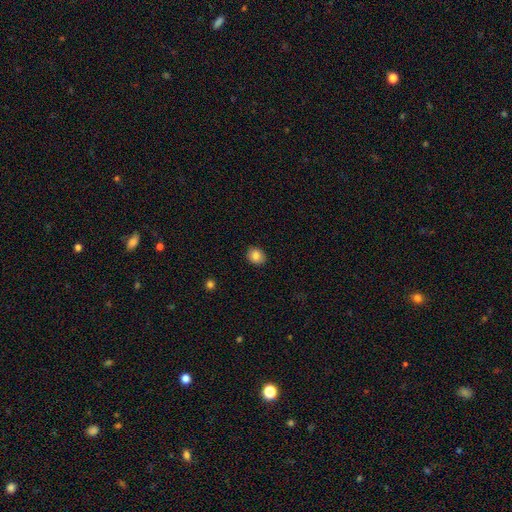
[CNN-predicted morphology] smooth-or-featured: smooth: 84% | star or artifact: 9% | featured or disk: 7%
  how-rounded: round: 65% | in between: 34% | cigar-shaped: 1%
  merging: none: 88% | minor disturbance: 9% | major disturbance: 2% | merger: 1%